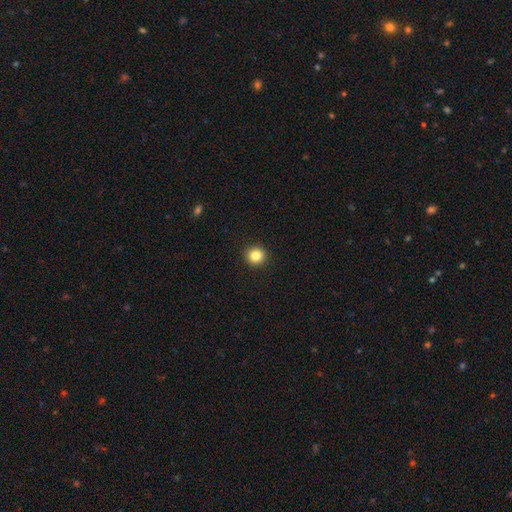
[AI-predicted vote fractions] This appears to be a smooth galaxy with no disk features (84%) that is round (94%). Merging: none (93%).